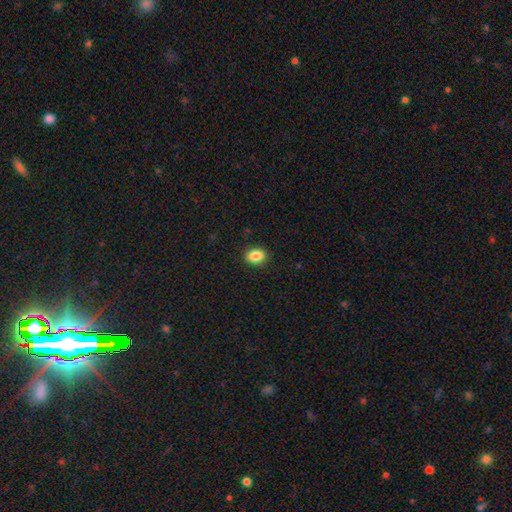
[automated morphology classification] Smooth or featured? Predicted: smooth (p=0.87). How rounded? Predicted: in between (p=0.72). Merging? Predicted: none (p=0.89).